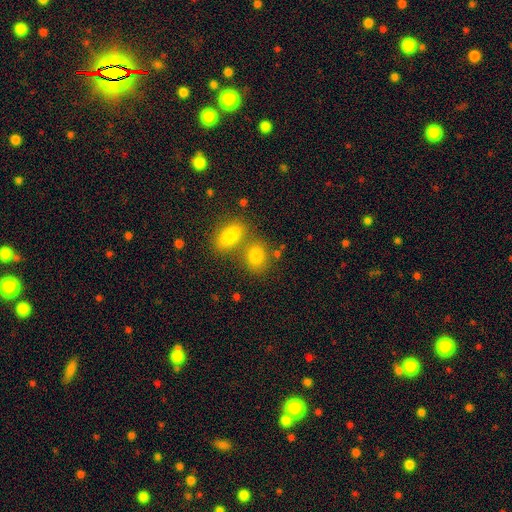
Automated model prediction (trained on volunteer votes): smooth_or_featured: smooth (p=0.81) [alt: star or artifact p=0.10]
how_rounded: in between (p=0.55) [alt: round p=0.42]
merging: none (p=0.53) [alt: merger p=0.33]